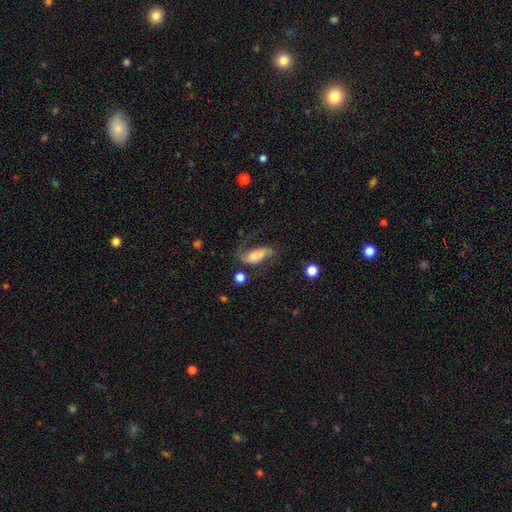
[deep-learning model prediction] A smooth galaxy with no disk features (45%, tied with featured or disk). Merging: none (40%).